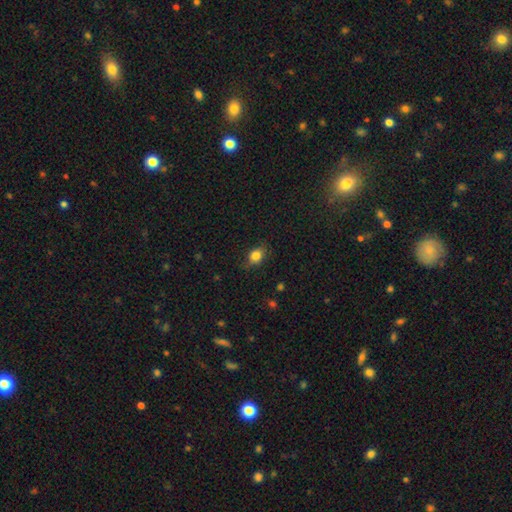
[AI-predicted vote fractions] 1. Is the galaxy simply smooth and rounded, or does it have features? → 82% smooth, 10% star or artifact, 8% featured or disk.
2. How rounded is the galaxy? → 58% in between, 40% round, 2% cigar-shaped.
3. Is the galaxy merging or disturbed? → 72% none, 21% minor disturbance, 5% major disturbance, 1% merger.